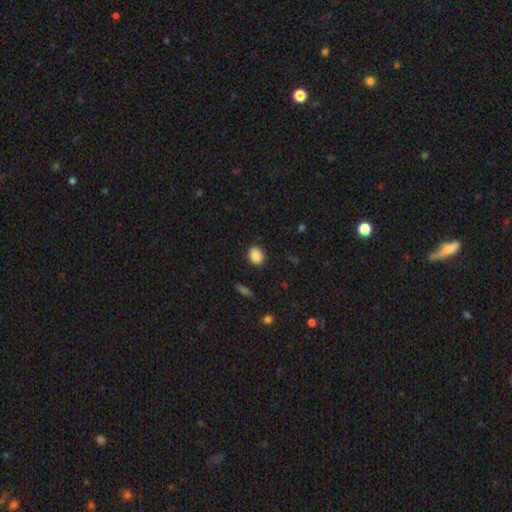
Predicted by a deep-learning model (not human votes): Smooth or featured? smooth (88%)
How rounded? round (56%)
Merging? none (88%)